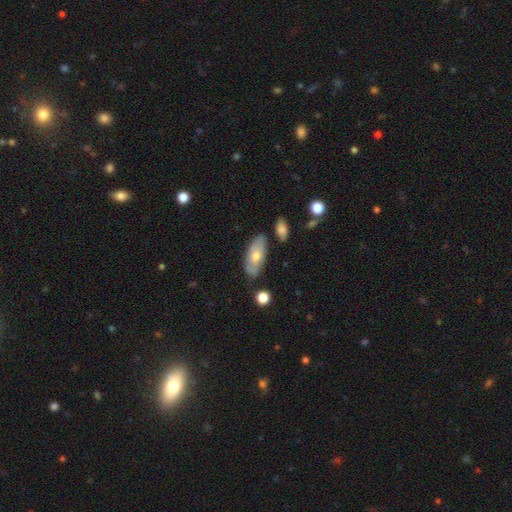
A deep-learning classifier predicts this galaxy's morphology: The model was most divided on "smooth or featured": smooth: 61%, featured or disk: 33%, star or artifact: 6%. More confident: how rounded — in between (88%); merging — none (74%).